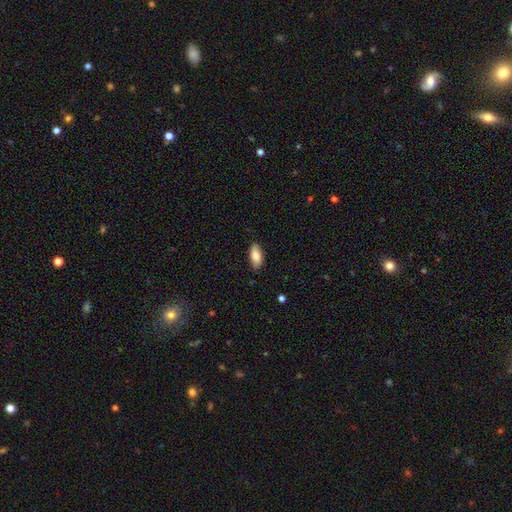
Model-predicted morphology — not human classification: type=smooth (86%); roundness=in between (89%); merging=none (83%).